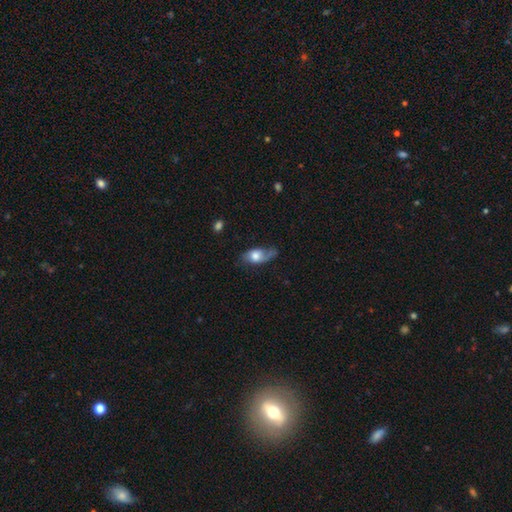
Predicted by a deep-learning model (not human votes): Smooth or featured? smooth (53%)
How rounded? in between (83%)
Merging? none (43%)